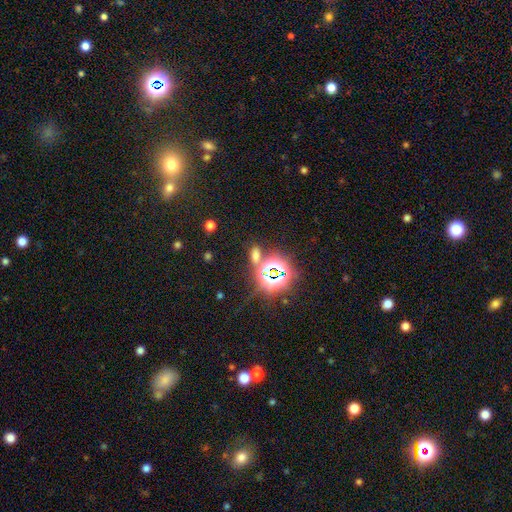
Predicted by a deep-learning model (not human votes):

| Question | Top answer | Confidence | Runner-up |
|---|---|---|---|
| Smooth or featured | star or artifact | 47% | smooth (45%) |